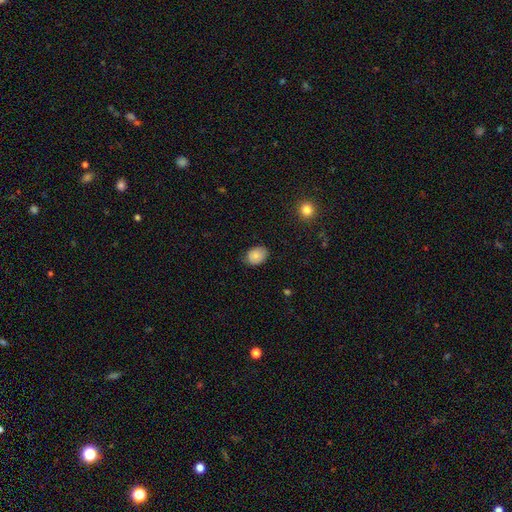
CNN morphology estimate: A smooth galaxy with no disk features (83%) that is in between round and cigar-shaped (67%).

Vote fractions:
- Smooth or featured? smooth: 83% / featured or disk: 9% / star or artifact: 8%
- How rounded? in between: 67% / round: 32% / cigar-shaped: 1%
- Merging? none: 76% / minor disturbance: 20% / major disturbance: 3% / merger: 1%